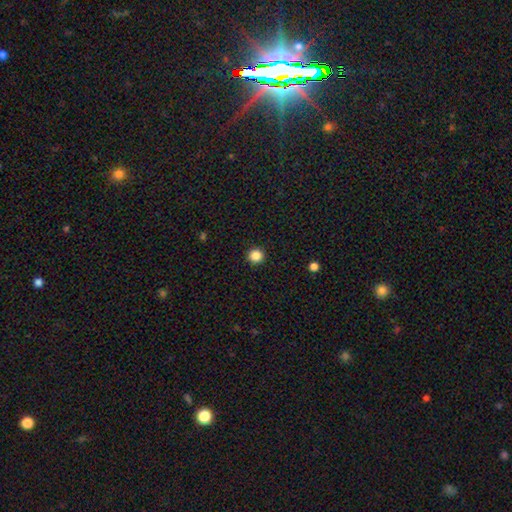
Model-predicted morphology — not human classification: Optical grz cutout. It shows a smooth galaxy with no disk features (86%) that is round (95%). Merging: none (93%).